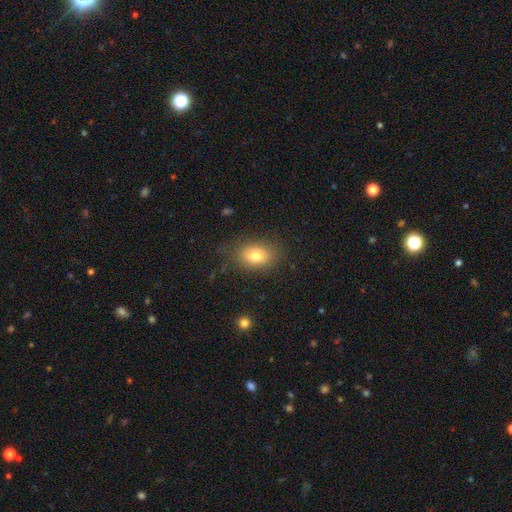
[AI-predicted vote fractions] smooth_or_featured: smooth (p=0.77) [alt: featured or disk p=0.13]
how_rounded: in between (p=0.73) [alt: round p=0.25]
merging: none (p=0.78) [alt: minor disturbance p=0.15]